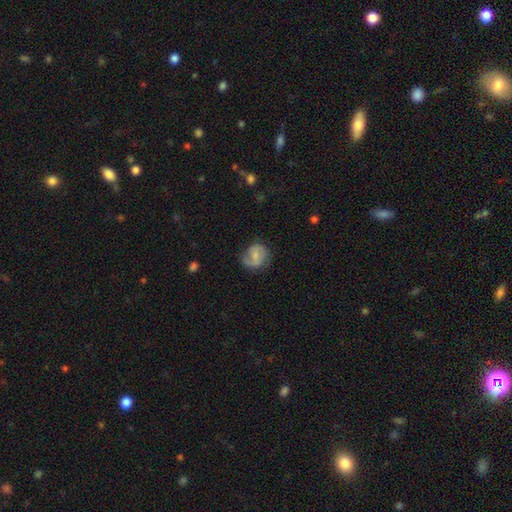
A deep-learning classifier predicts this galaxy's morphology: This is possibly a featured or disk galaxy (50%). Merging: likely none (63%).